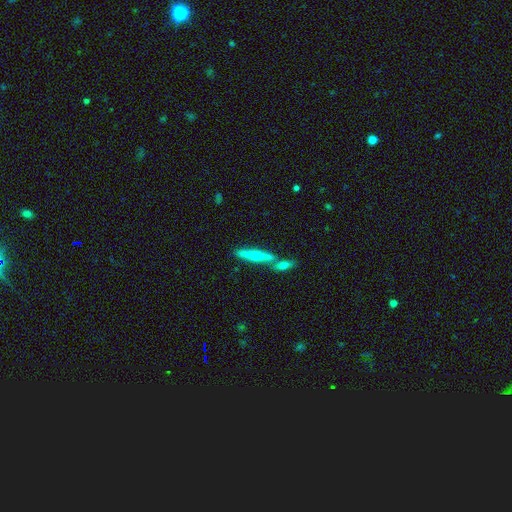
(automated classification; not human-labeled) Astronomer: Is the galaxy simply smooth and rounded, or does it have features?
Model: featured or disk — 55% (runner-up: smooth, 39%).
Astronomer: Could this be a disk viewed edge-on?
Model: yes — 94%.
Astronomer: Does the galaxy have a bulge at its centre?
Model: rounded — 86%.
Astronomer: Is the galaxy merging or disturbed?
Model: none — 63%.